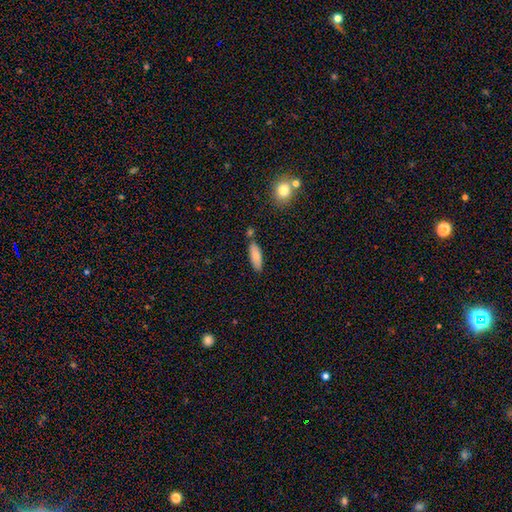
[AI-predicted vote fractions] The model was most divided on "how rounded": in between: 61%, cigar-shaped: 37%, round: 2%. More confident: smooth or featured — smooth (83%); merging — none (75%).